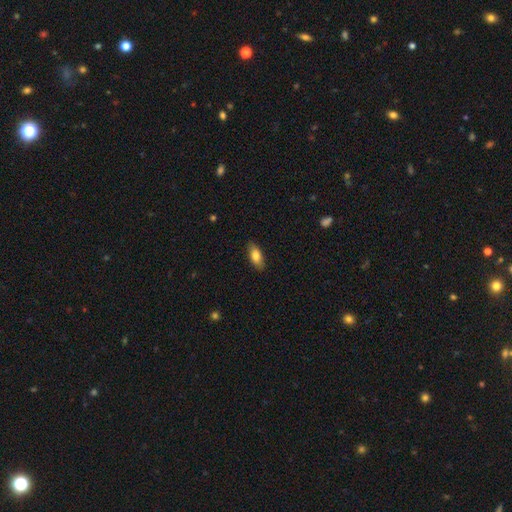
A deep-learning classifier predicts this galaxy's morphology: smooth_or_featured: smooth (p=0.80) [alt: featured or disk p=0.14]
how_rounded: in between (p=0.85) [alt: cigar-shaped p=0.12]
merging: none (p=0.87) [alt: minor disturbance p=0.10]